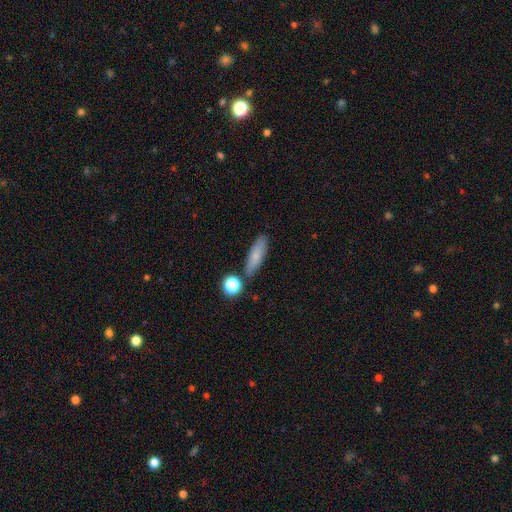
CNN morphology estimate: A smooth galaxy with no disk features (75%) that is cigar-shaped (48%, tied with in between).

Vote fractions:
- Smooth or featured? smooth: 75% / featured or disk: 16% / star or artifact: 9%
- How rounded? cigar-shaped: 48% (tied) / in between: 48% (tied) / round: 4%
- Merging? none: 78% / minor disturbance: 13% / merger: 6% / major disturbance: 3%